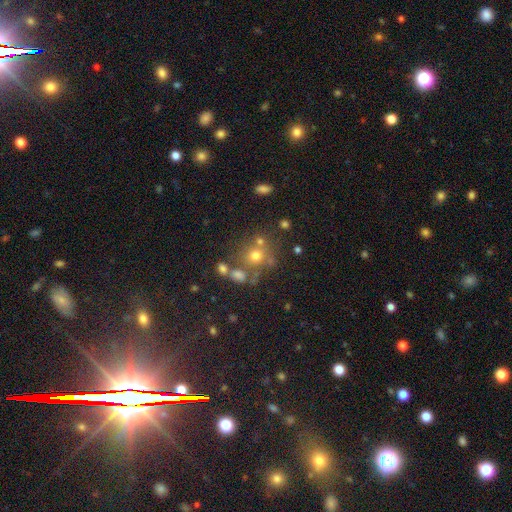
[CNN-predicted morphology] The model was most divided on "merging": none: 60%, merger: 22%, minor disturbance: 12%, major disturbance: 6%. More confident: how rounded — round (84%); smooth or featured — smooth (64%).